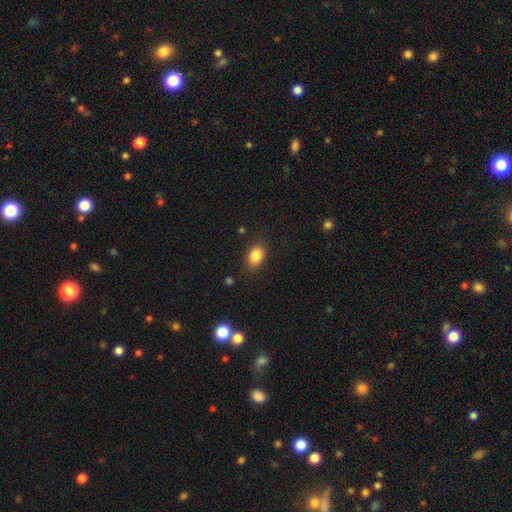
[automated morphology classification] Q: Smooth or featured?
A: smooth (84%); runner-up: star or artifact (9%)
Q: How rounded?
A: in between (78%); runner-up: round (20%)
Q: Merging?
A: none (83%); runner-up: minor disturbance (12%)